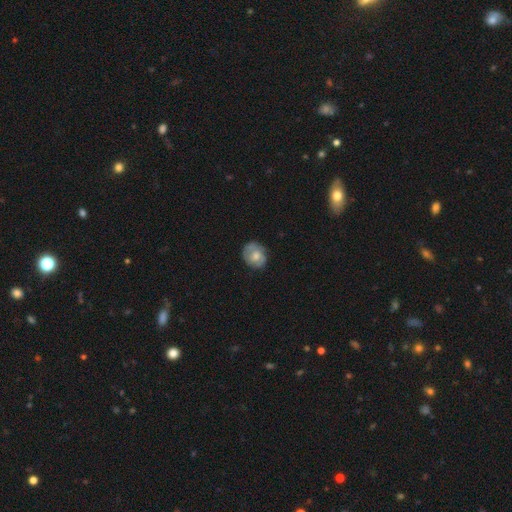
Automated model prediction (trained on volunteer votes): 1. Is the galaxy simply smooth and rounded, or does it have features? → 59% smooth, 34% featured or disk, 7% star or artifact.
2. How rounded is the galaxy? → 62% round, 37% in between, 1% cigar-shaped.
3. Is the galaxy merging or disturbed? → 71% none, 22% minor disturbance, 6% major disturbance, 1% merger.